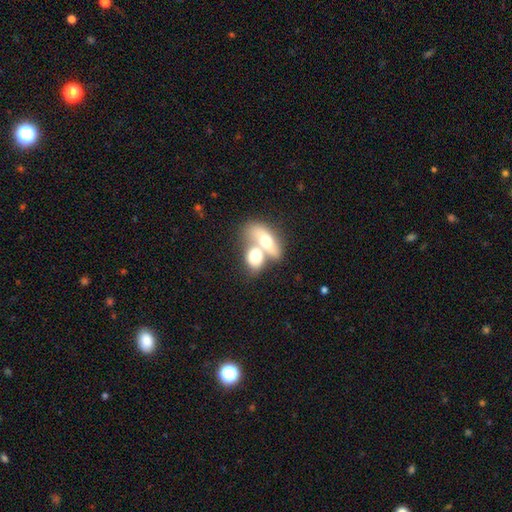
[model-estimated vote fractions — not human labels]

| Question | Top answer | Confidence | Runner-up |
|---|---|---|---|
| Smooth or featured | smooth | 62% | featured or disk (31%) |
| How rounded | in between | 74% | round (20%) |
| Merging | merger | 70% | none (19%) |